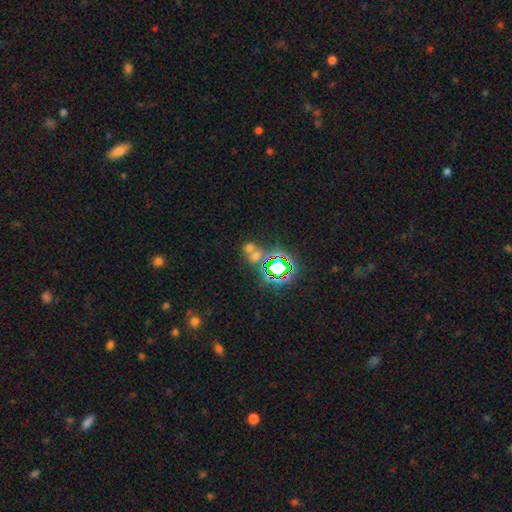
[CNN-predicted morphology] Smooth or featured? Predicted: star or artifact (p=0.46).